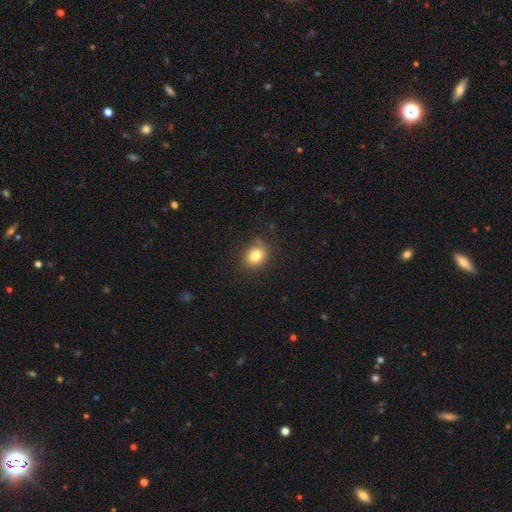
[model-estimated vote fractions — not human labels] This is clearly a smooth galaxy (81%). How rounded: likely round (63%). Merging: likely none (77%).